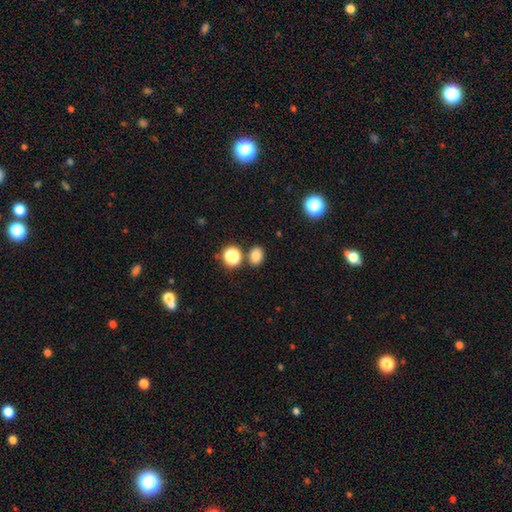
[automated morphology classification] This is clearly a smooth galaxy (81%). How rounded: possibly in between (58%). Merging: likely none (79%).